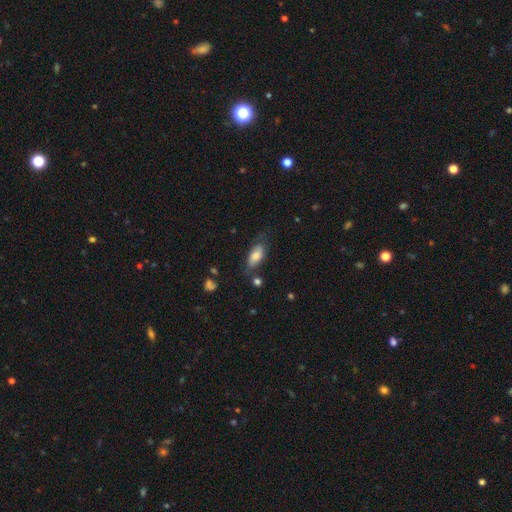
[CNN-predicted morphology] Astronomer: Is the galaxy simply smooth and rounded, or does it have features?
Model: smooth — 74%.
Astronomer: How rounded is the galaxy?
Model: in between — 86%.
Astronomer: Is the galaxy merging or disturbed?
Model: none — 57%.